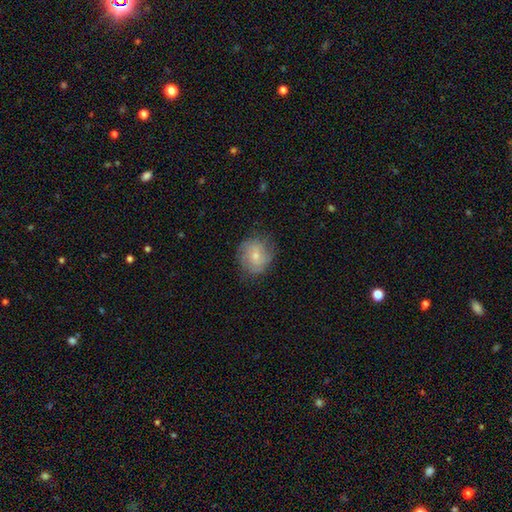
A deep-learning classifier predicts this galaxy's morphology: Smooth or featured? featured or disk (55%)
Edge-on disk? no (97%)
Bar? no (60%)
Spiral arms? yes (84%)
Bulge size? small (56%)
Merging? none (74%)